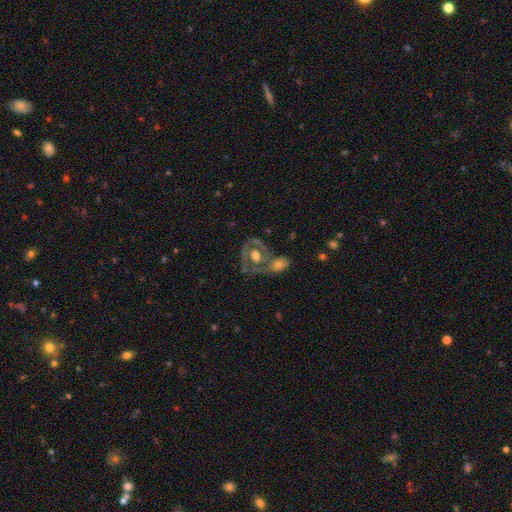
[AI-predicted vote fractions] This is likely a featured or disk galaxy (61%). It is clearly not viewed edge-on (94%). Bar: likely no (75%). Spiral arm pattern: likely no (66%). Central bulge: possibly moderate (59%). Merging: marginally none (40%).